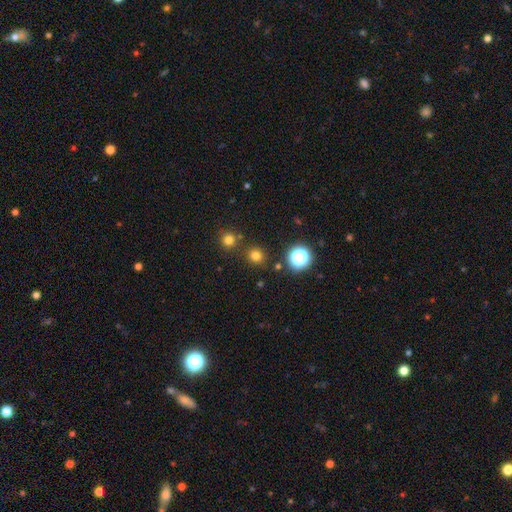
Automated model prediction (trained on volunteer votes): Q: Smooth or featured?
A: smooth (74%); runner-up: star or artifact (21%)
Q: How rounded?
A: round (89%); runner-up: in between (10%)
Q: Merging?
A: none (84%); runner-up: minor disturbance (7%)